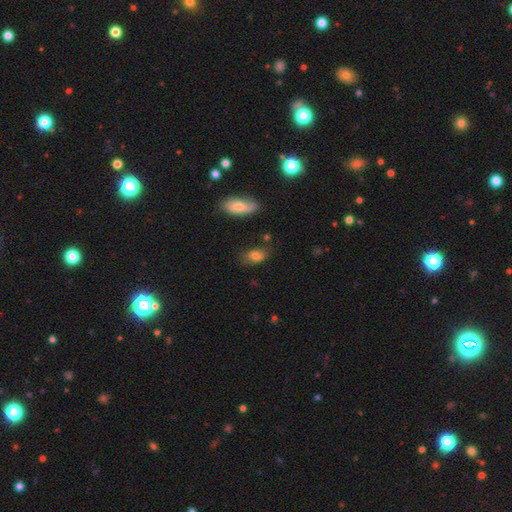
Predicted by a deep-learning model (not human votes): Morphology: type=smooth (75%); roundness=in between (87%); merging=none (64%).